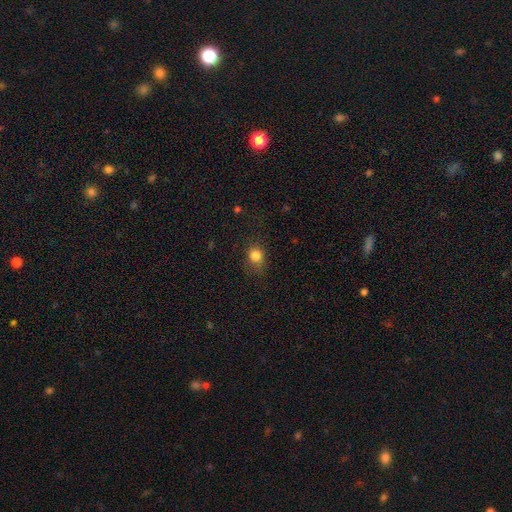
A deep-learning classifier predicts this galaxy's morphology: Smooth or featured?
  - smooth: 82% *
  - star or artifact: 12%
  - featured or disk: 6%
How rounded?
  - round: 69% *
  - in between: 29%
  - cigar-shaped: 1%
Merging?
  - none: 73% *
  - minor disturbance: 19%
  - major disturbance: 7%
  - merger: 1%